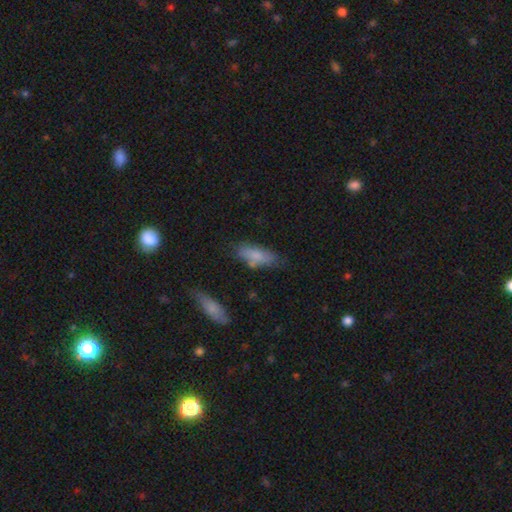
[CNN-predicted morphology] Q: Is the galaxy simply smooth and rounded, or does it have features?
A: smooth — 79%.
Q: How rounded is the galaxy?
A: in between — 68%.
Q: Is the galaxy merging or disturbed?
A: none — 63%.